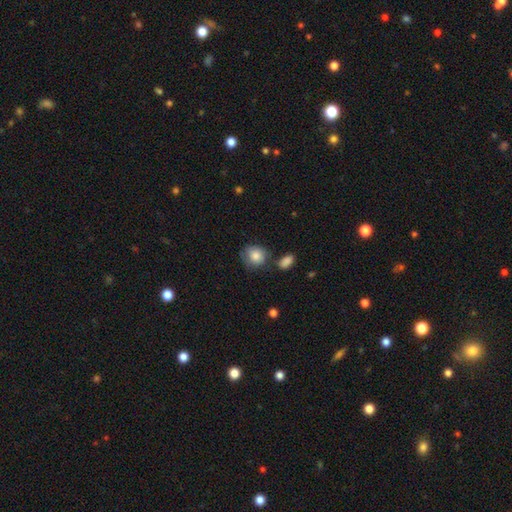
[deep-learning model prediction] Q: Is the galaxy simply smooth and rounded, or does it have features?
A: smooth — 83%.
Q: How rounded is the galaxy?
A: round — 70%.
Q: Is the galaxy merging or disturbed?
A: none — 57%.